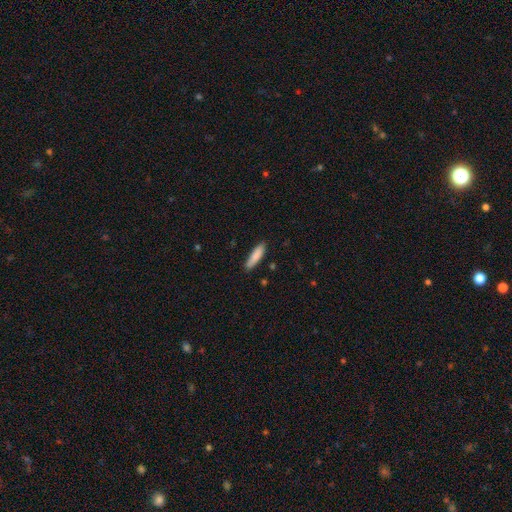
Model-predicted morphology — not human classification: A smooth galaxy with no disk features (85%) that is cigar-shaped (72%).

Vote fractions:
- Smooth or featured? smooth: 85% / featured or disk: 10% / star or artifact: 6%
- How rounded? cigar-shaped: 72% / in between: 26% / round: 1%
- Merging? none: 84% / minor disturbance: 12% / major disturbance: 2% / merger: 2%